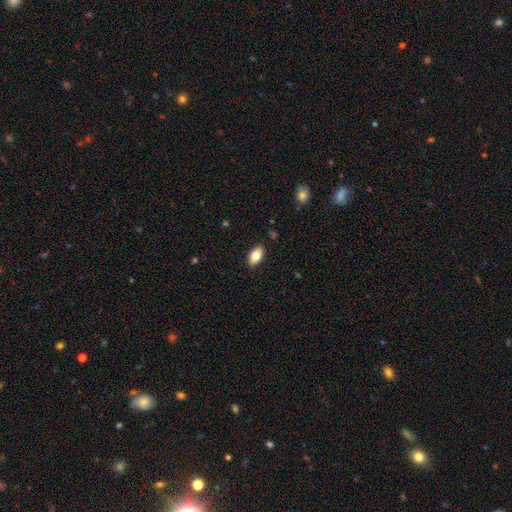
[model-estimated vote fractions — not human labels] Overall: smooth (80%). How rounded: in between (92%). Merging: none (89%).